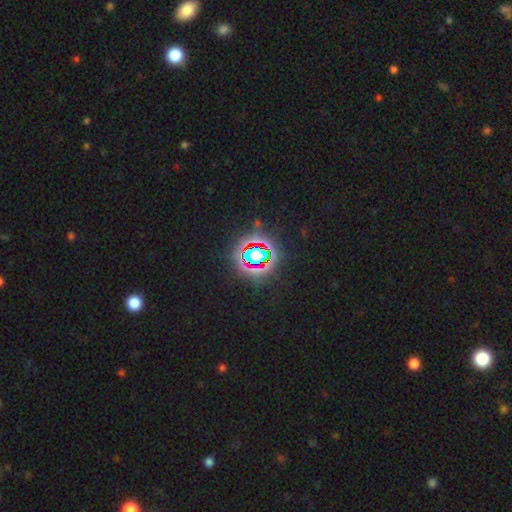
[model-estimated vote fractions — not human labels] A star or artifact, not a galaxy (74%).